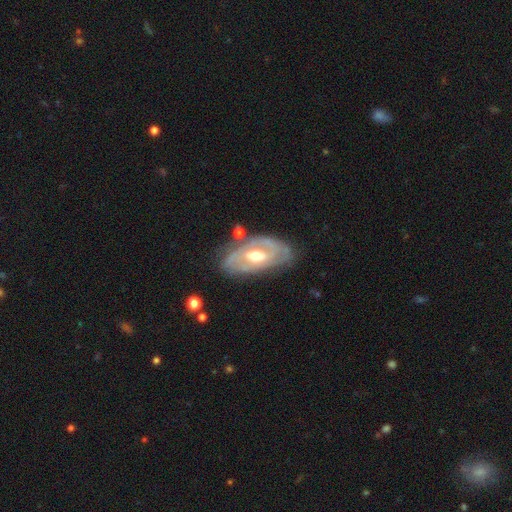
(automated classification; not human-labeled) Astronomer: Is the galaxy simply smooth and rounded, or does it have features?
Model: featured or disk — 81%.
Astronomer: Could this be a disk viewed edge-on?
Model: no — 92%.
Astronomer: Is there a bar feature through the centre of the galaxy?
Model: weak — 44% (runner-up: no, 38%).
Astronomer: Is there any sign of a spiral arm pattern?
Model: yes — 80%.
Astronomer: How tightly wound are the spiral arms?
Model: tight — 60%.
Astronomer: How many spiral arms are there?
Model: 2 — 50% (runner-up: can't tell, 33%).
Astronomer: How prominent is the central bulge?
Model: moderate — 73%.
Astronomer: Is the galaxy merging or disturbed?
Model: none — 70%.